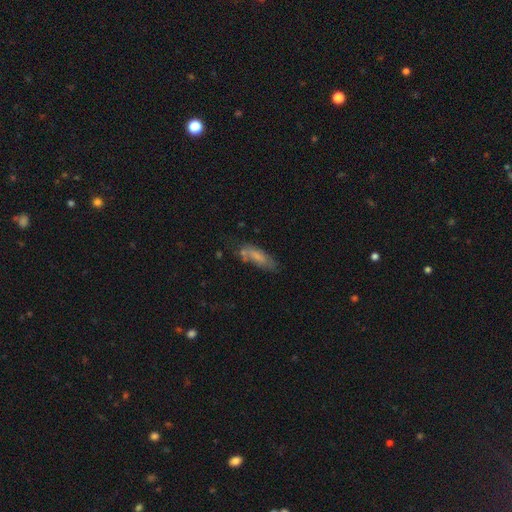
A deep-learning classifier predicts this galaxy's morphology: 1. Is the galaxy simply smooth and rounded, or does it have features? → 66% smooth, 24% featured or disk, 10% star or artifact.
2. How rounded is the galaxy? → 54% in between, 44% cigar-shaped, 2% round.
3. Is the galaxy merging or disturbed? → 53% none, 24% minor disturbance, 12% merger, 10% major disturbance.